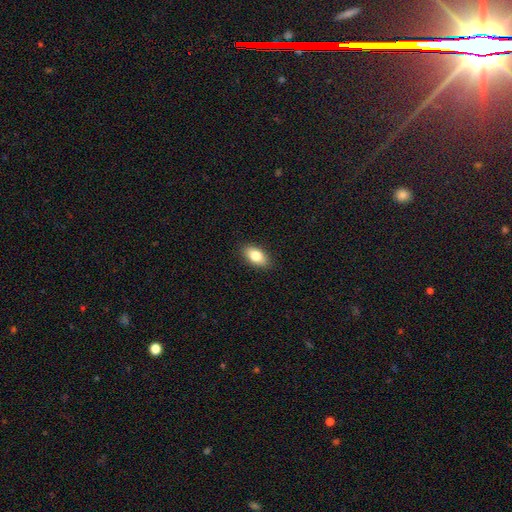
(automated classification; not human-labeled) smooth_or_featured: smooth (p=0.82) [alt: featured or disk p=0.11]
how_rounded: in between (p=0.91) [alt: round p=0.05]
merging: none (p=0.89) [alt: minor disturbance p=0.08]